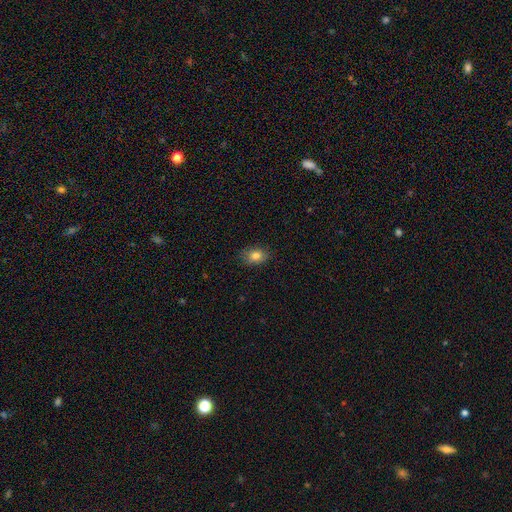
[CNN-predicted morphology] Smooth or featured? Predicted: smooth (p=0.82). How rounded? Predicted: in between (p=0.74). Merging? Predicted: none (p=0.83).